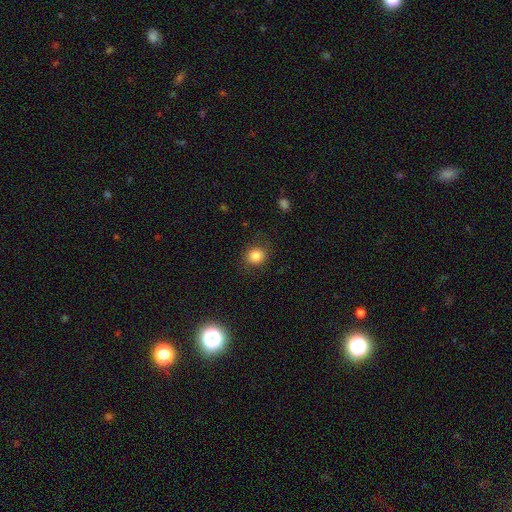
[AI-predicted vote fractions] Smooth or featured? smooth (83%)
How rounded? round (79%)
Merging? none (85%)